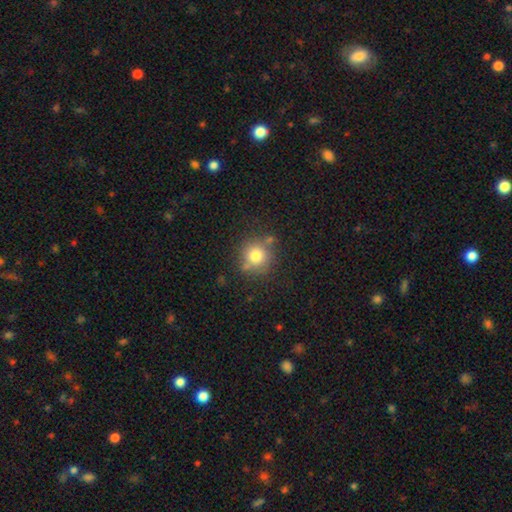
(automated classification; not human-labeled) Smooth or featured? smooth (78%)
How rounded? round (92%)
Merging? none (75%)